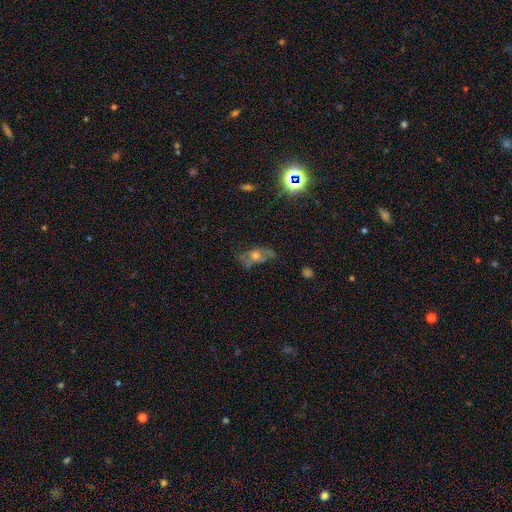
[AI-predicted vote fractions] Q: Smooth or featured?
A: featured or disk (48%); runner-up: smooth (33%)
Q: Merging?
A: none (48%); runner-up: minor disturbance (26%)